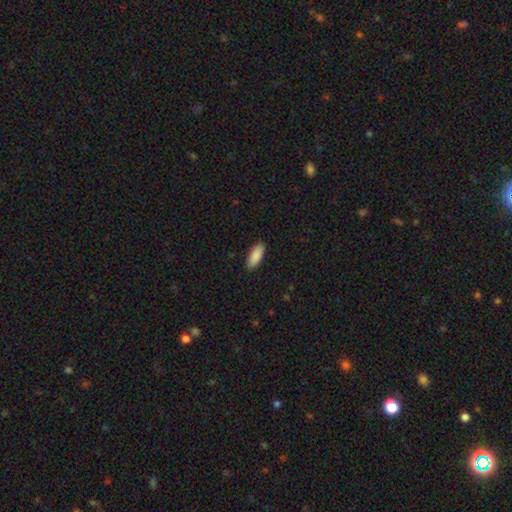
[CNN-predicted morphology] Smooth or featured? Predicted: smooth (p=0.90). How rounded? Predicted: in between (p=0.81). Merging? Predicted: none (p=0.90).